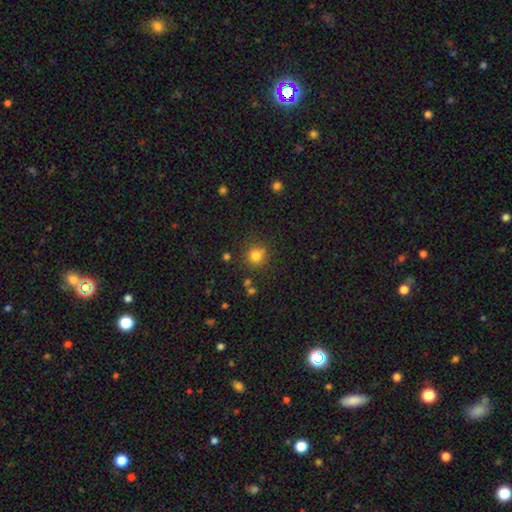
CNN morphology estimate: A smooth galaxy with no disk features (80%) that is round (89%).

Vote fractions:
- Smooth or featured? smooth: 80% / star or artifact: 14% / featured or disk: 6%
- How rounded? round: 89% / in between: 10% / cigar-shaped: 1%
- Merging? none: 76% / minor disturbance: 12% / merger: 8% / major disturbance: 4%